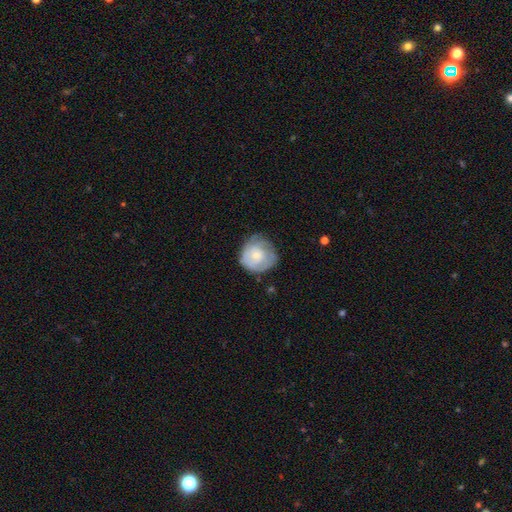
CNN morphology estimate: The model was most divided on "smooth or featured": featured or disk: 49%, smooth: 44%, star or artifact: 7%. More confident: merging — none (60%).